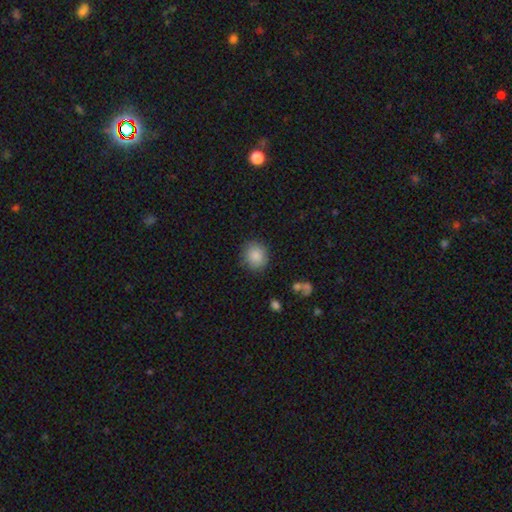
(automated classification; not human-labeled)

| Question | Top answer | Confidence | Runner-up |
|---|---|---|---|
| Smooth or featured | smooth | 87% | star or artifact (8%) |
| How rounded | round | 82% | in between (18%) |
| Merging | none | 85% | minor disturbance (10%) |